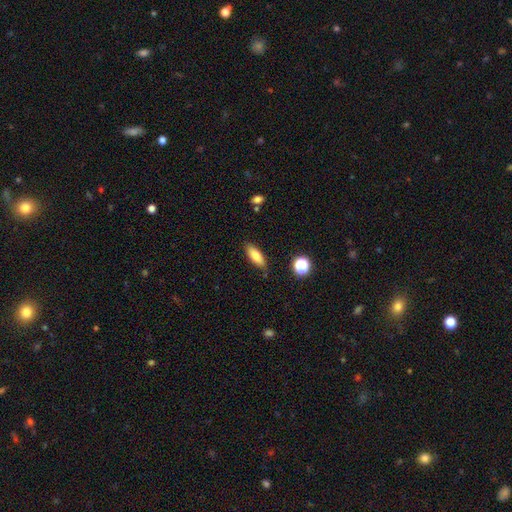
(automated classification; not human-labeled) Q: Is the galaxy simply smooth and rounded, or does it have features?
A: smooth — 78%.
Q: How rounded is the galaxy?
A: in between — 68%.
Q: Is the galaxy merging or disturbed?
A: none — 83%.